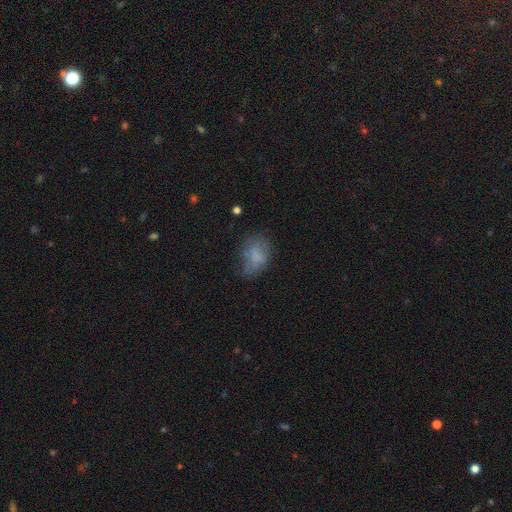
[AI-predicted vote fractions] Smooth or featured? smooth (70%)
How rounded? in between (81%)
Merging? none (50%)